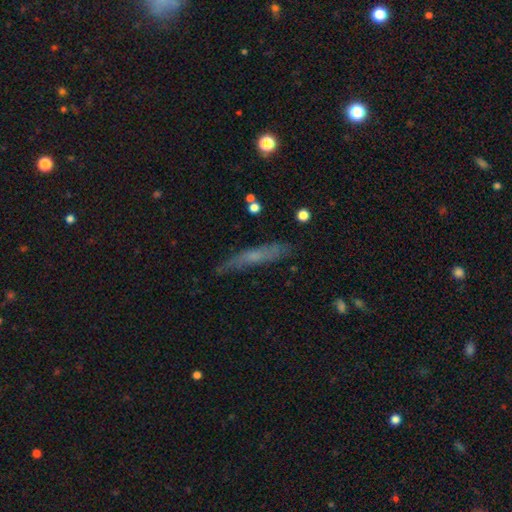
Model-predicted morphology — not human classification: This appears to be a smooth galaxy with no disk features (45%). Merging: none (76%).